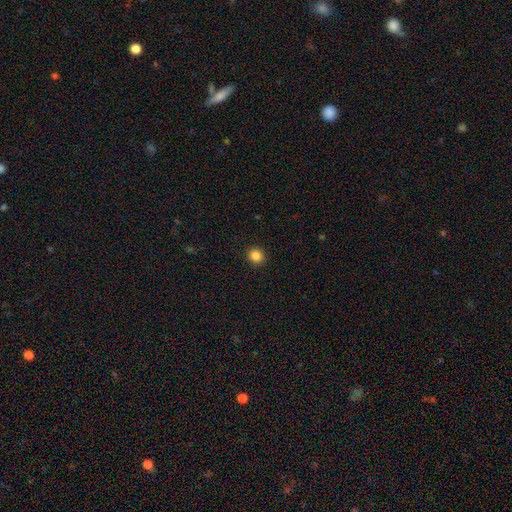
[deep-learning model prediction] Morphology: type=smooth (85%); roundness=round (87%); merging=none (92%).